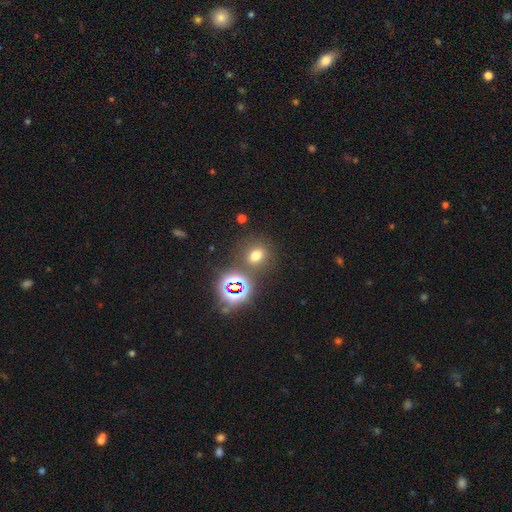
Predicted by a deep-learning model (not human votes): Smooth or featured? Predicted: smooth (p=0.62). How rounded? Predicted: round (p=0.54). Merging? Predicted: none (p=0.77).